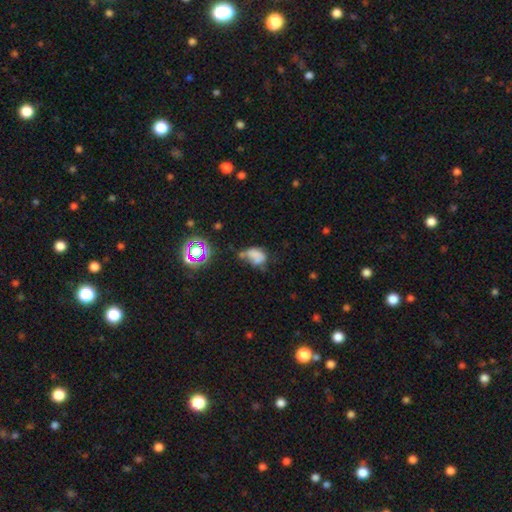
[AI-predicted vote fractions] A smooth galaxy with no disk features (61%) that is in between round and cigar-shaped (77%). Merging: minor disturbance (29%).